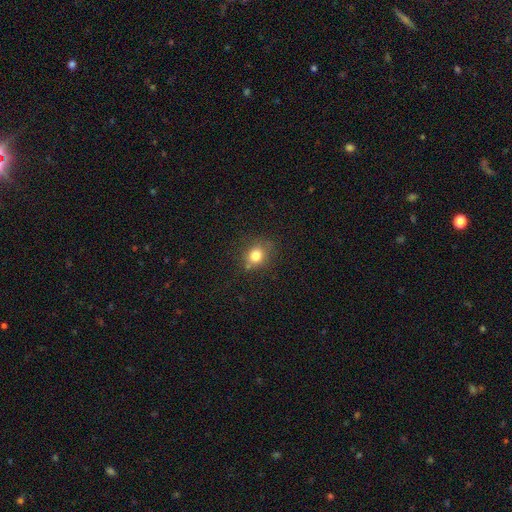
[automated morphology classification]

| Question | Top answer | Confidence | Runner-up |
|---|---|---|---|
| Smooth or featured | smooth | 79% | star or artifact (13%) |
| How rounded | round | 71% | in between (28%) |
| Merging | none | 72% | minor disturbance (18%) |